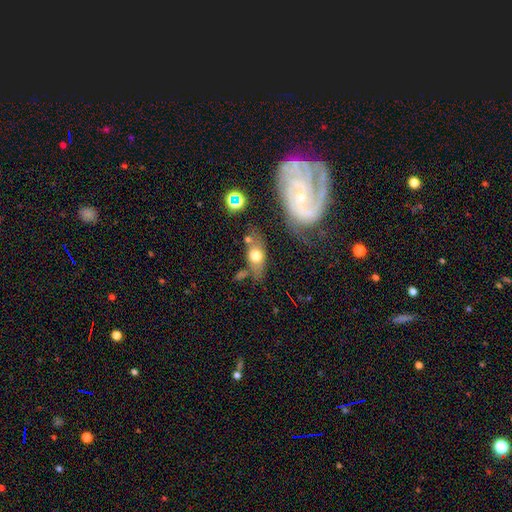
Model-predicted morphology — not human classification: smooth 61%, featured or disk 29%, star or artifact 10%. Down the decision tree: how rounded — in between (72%); merging — none (56%).